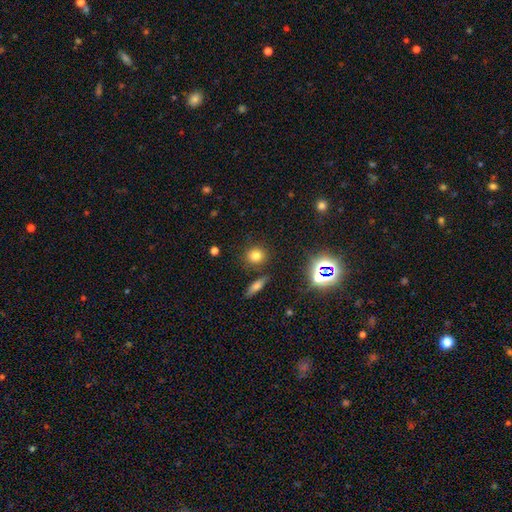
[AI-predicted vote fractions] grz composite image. It shows a smooth galaxy with no disk features (74%) that is round (83%). Merging: none (84%).